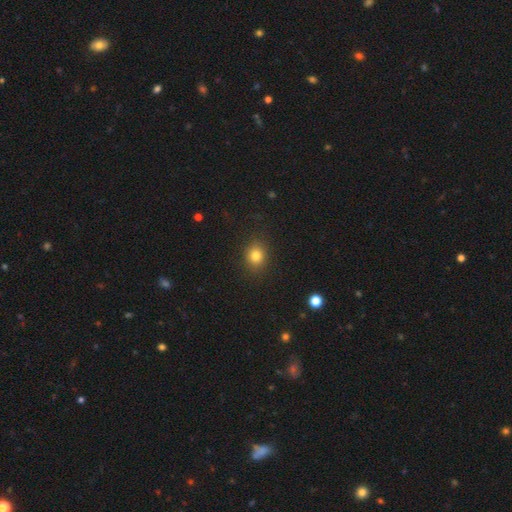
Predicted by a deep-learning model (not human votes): A smooth galaxy with no disk features (81%) that is round (65%). Merging: none (87%).